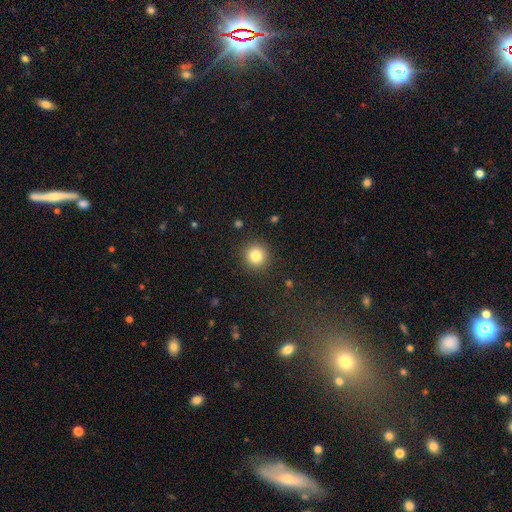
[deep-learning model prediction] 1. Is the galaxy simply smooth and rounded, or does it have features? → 82% smooth, 11% star or artifact, 7% featured or disk.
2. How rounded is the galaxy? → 94% round, 5% in between, 1% cigar-shaped.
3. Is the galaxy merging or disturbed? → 91% none, 6% minor disturbance, 2% major disturbance, 1% merger.